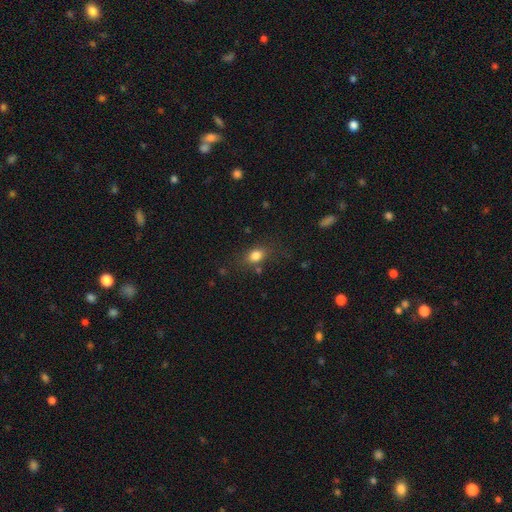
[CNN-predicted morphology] type=smooth (81%); roundness=in between (66%); merging=none (72%).